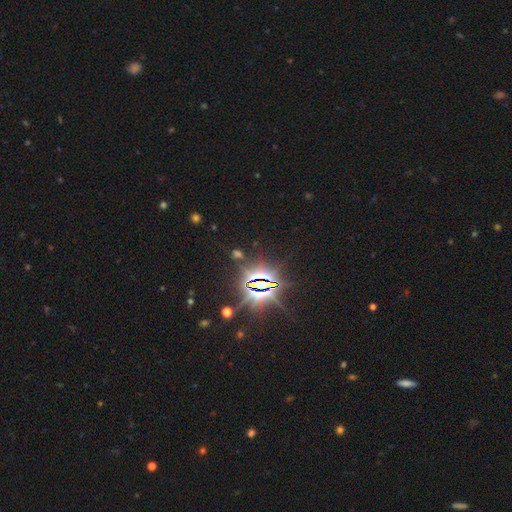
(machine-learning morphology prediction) Smooth or featured? star or artifact (86%)